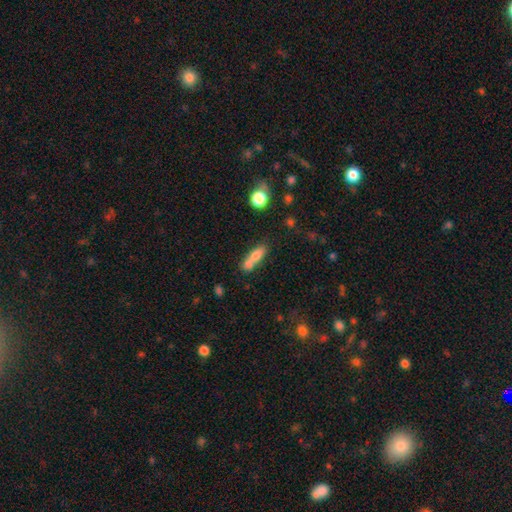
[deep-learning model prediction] Morphology: type=smooth (70%); roundness=in between (53%); merging=merger (53%).